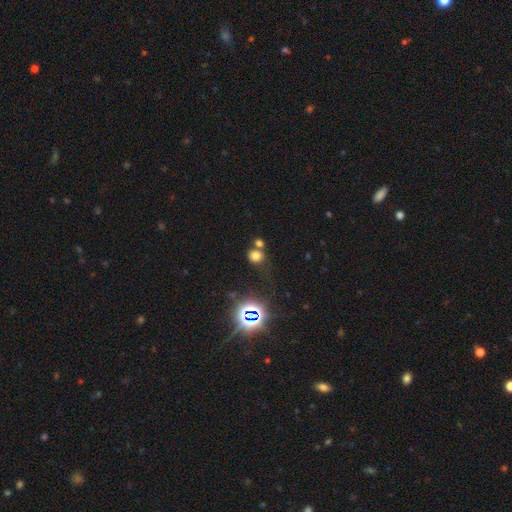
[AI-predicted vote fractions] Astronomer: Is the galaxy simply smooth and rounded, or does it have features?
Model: smooth — 68%.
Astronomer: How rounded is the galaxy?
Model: round — 80%.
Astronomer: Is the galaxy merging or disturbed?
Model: none — 58%.